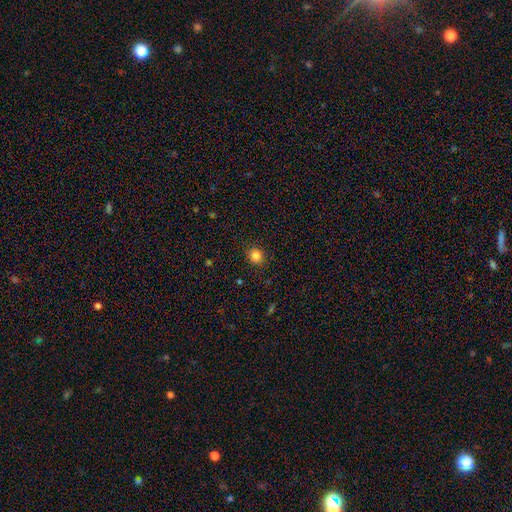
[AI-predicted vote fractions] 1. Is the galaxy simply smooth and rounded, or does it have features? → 84% smooth, 12% star or artifact, 4% featured or disk.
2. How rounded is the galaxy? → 79% round, 20% in between, 1% cigar-shaped.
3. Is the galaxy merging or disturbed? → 89% none, 8% minor disturbance, 2% major disturbance, 1% merger.